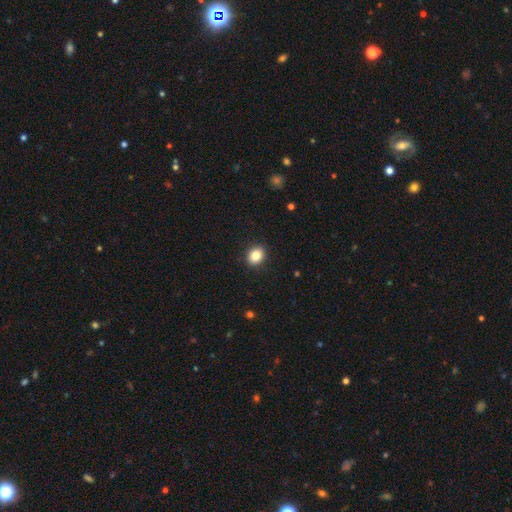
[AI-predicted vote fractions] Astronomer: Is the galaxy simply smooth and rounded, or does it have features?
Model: smooth — 86%.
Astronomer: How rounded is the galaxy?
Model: in between — 50%, tied with round at 50%.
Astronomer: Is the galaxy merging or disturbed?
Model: none — 90%.